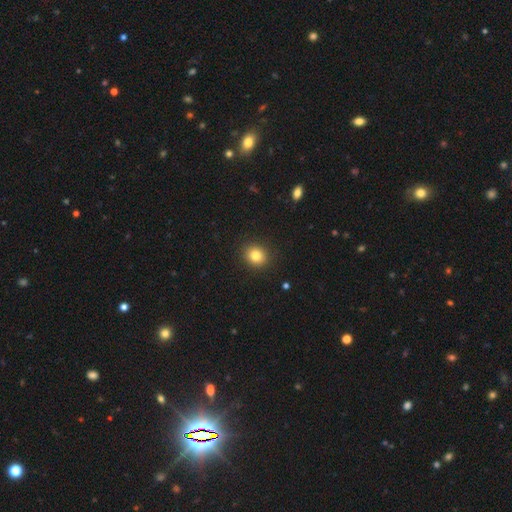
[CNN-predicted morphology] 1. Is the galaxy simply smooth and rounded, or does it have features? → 82% smooth, 11% star or artifact, 7% featured or disk.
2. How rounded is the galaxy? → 77% round, 22% in between, 1% cigar-shaped.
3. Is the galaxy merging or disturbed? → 91% none, 6% minor disturbance, 2% major disturbance, 1% merger.